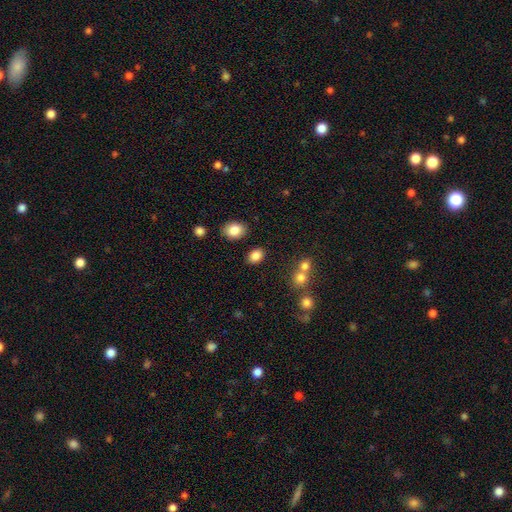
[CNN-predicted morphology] This is clearly a smooth galaxy (85%). How rounded: likely in between (75%). Merging: clearly none (83%).